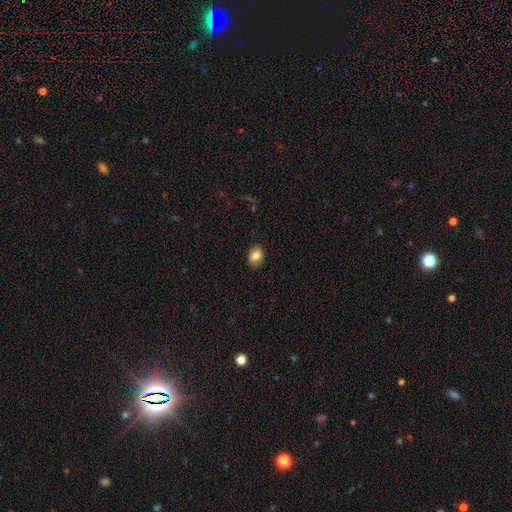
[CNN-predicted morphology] Overall: smooth (82%). How rounded: in between (65%; round 33%). Merging: none (86%).